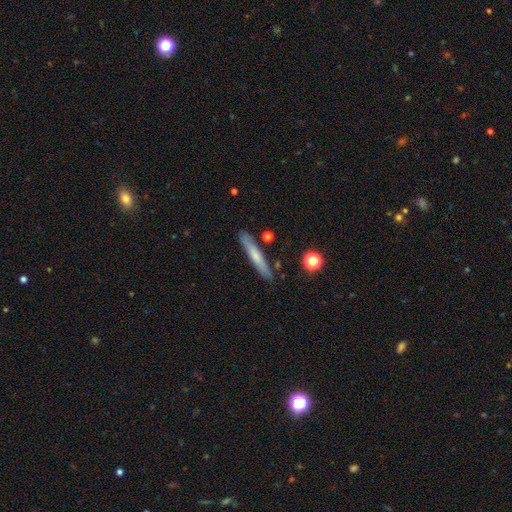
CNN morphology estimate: type=smooth (64%); roundness=cigar-shaped (93%); merging=none (86%).